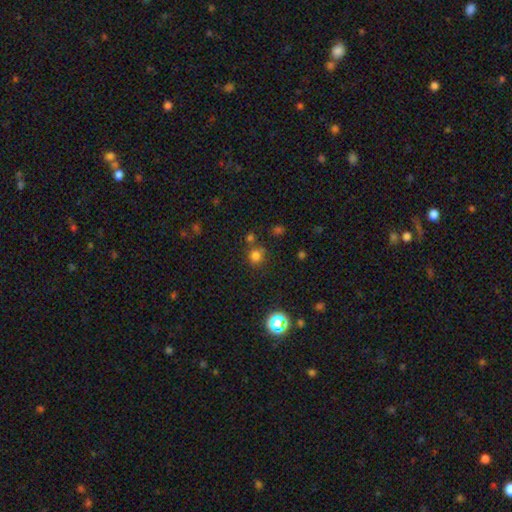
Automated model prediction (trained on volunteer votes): Q: Smooth or featured?
A: smooth (75%); runner-up: star or artifact (19%)
Q: How rounded?
A: round (87%); runner-up: in between (12%)
Q: Merging?
A: none (71%); runner-up: merger (12%)